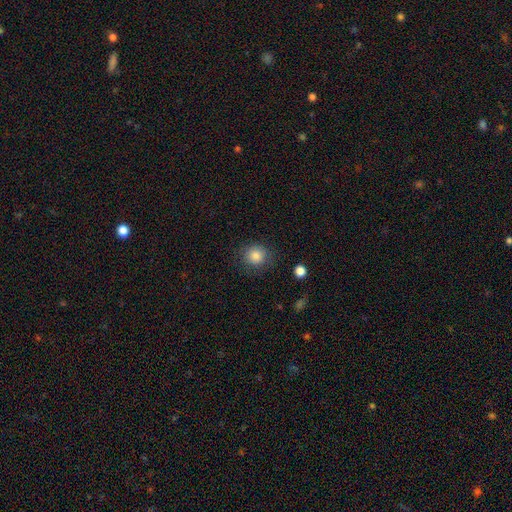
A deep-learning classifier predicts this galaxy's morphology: smooth 83%, star or artifact 11%, featured or disk 6%. Down the decision tree: how rounded — round (88%); merging — none (84%).